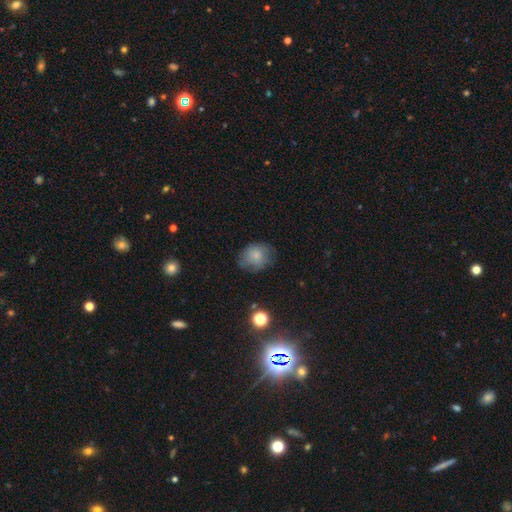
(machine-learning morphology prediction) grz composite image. It shows a smooth galaxy with no disk features (74%) that is round (55%). Merging: none (62%).